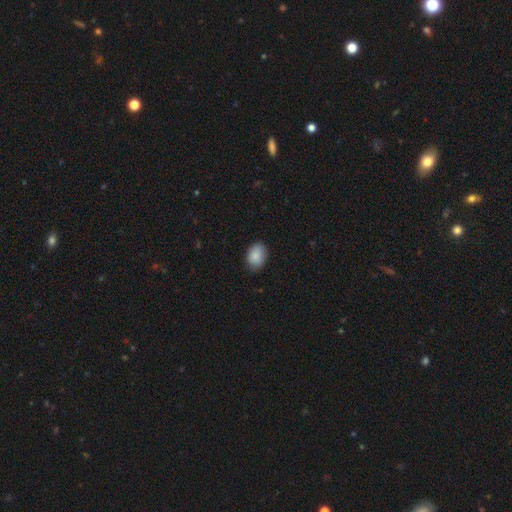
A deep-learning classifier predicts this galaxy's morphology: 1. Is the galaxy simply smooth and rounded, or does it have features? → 86% smooth, 7% star or artifact, 6% featured or disk.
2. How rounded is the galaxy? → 71% in between, 28% round, 1% cigar-shaped.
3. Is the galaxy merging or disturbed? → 82% none, 15% minor disturbance, 3% major disturbance, 1% merger.